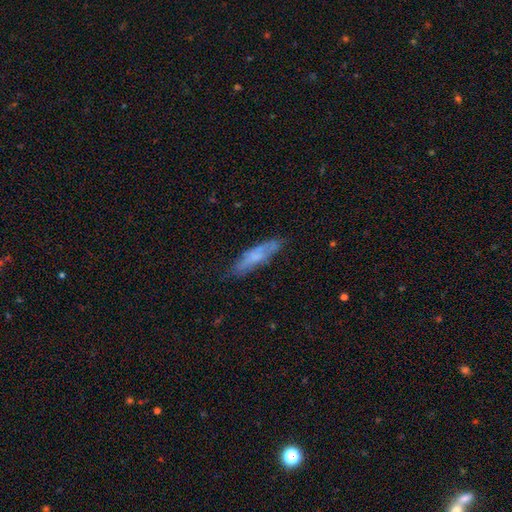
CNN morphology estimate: A smooth galaxy with no disk features (56%) that is cigar-shaped (73%). Merging: none (71%).